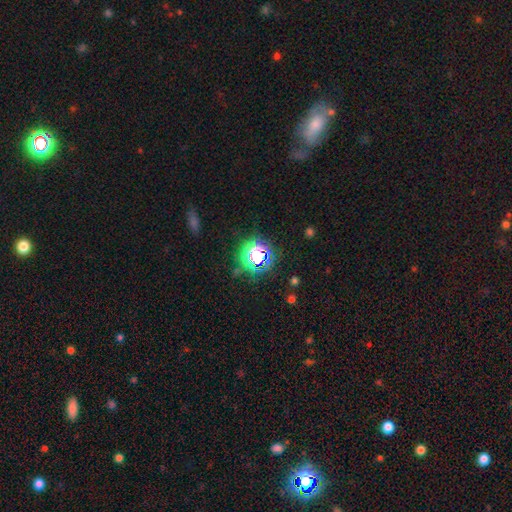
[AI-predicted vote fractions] A star or artifact, not a galaxy (71%).